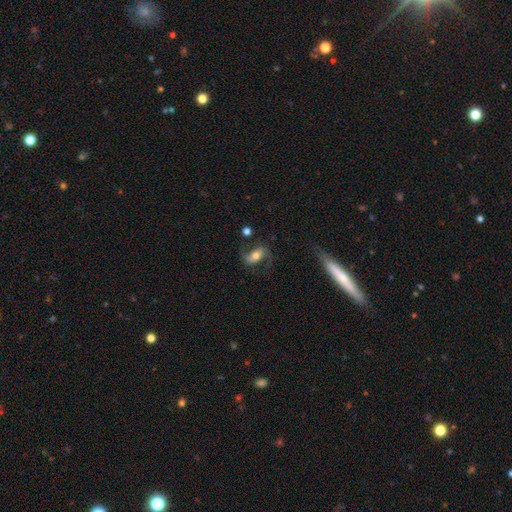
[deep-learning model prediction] A featured or disk galaxy (67%) with a weak bar (35%), 2 (90%) loose (57%) spiral arms (90%) and a moderate central bulge (65%). Merging: none (65%).